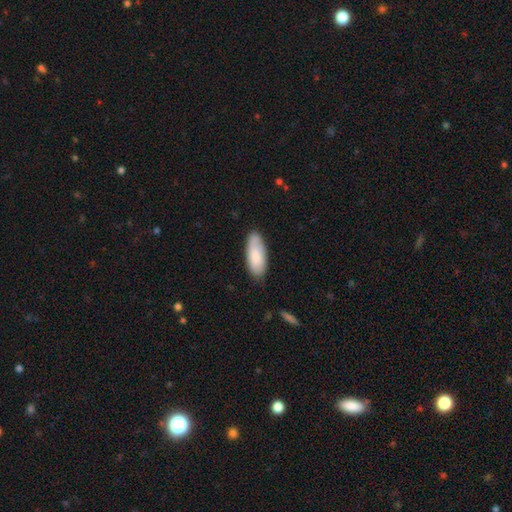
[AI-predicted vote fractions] Overall: smooth (83%). How rounded: in between (78%). Merging: none (77%).